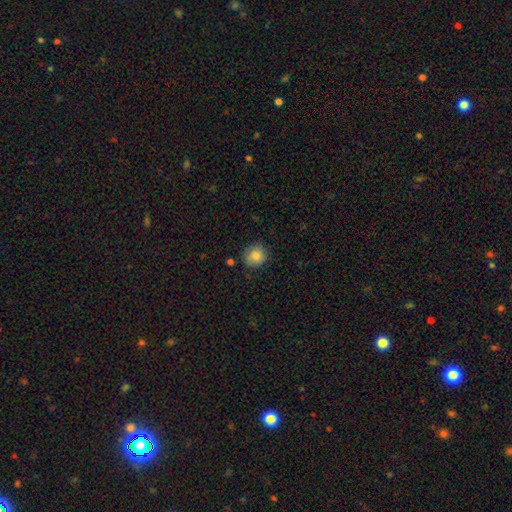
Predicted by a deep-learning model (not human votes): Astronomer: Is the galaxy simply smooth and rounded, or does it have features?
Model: smooth — 85%.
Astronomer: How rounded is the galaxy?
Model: round — 86%.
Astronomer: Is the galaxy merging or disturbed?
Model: none — 84%.